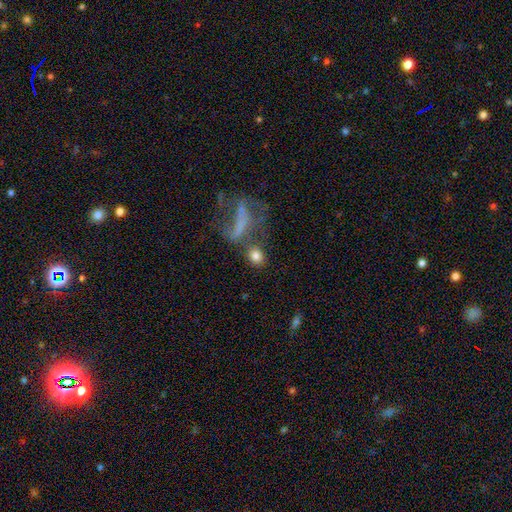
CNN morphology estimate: Smooth or featured? smooth (78%)
How rounded? round (57%)
Merging? none (55%)